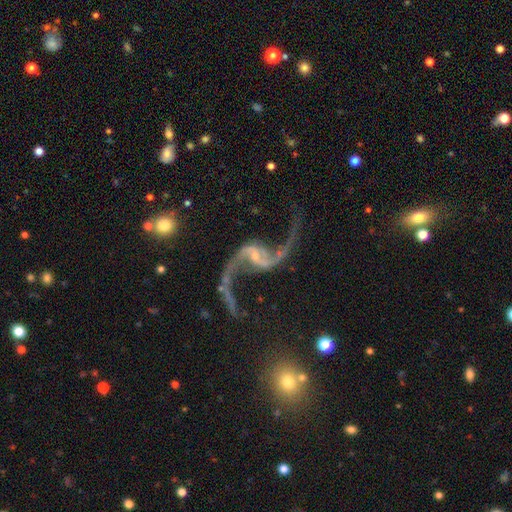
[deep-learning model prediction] Smooth or featured: featured or disk — 93% (star or artifact — 4%)
Edge-on disk: no — 98% (yes — 2%)
Bar: weak — 48% (no — 32%)
Spiral arms: yes — 98% (no — 2%)
Spiral winding: loose — 91% (medium — 7%)
Spiral arm count: 2 — 94% (1 — 1%)
Bulge size: small — 65% (moderate — 17%)
Merging: none — 64% (major disturbance — 15%)